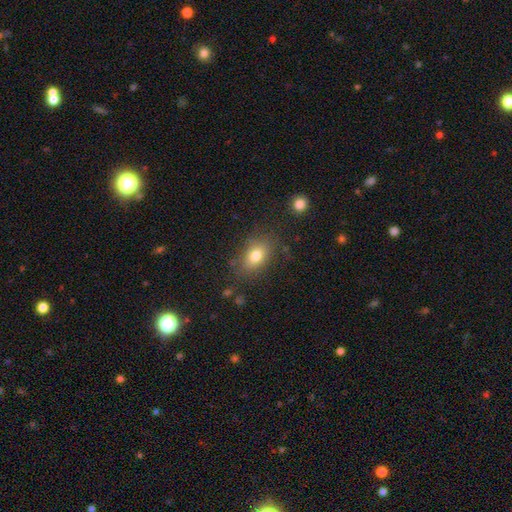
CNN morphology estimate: Overall: smooth (78%). How rounded: in between (80%). Merging: none (78%).